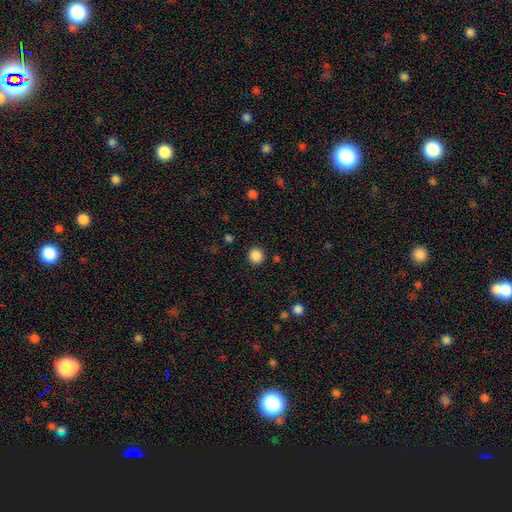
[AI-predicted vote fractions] Q: Smooth or featured?
A: smooth (87%); runner-up: star or artifact (11%)
Q: How rounded?
A: round (93%); runner-up: in between (6%)
Q: Merging?
A: none (91%); runner-up: minor disturbance (6%)